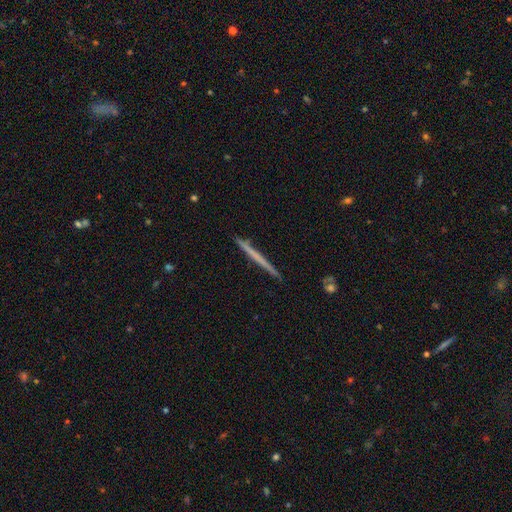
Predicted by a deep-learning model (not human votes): This appears to be a featured or disk galaxy (48%). Merging: none (91%).